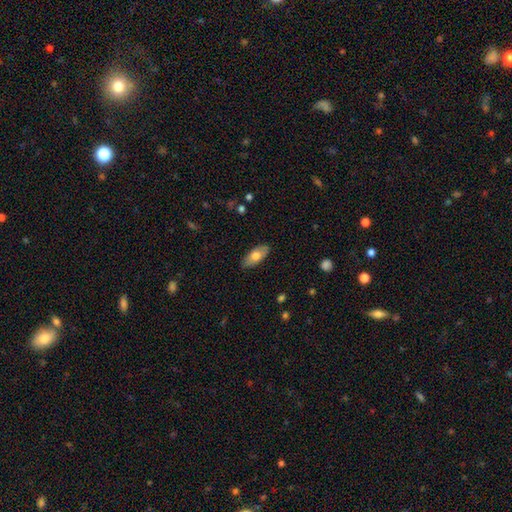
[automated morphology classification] smooth 71%, featured or disk 23%, star or artifact 6%. Down the decision tree: how rounded — in between (87%); merging — none (86%).